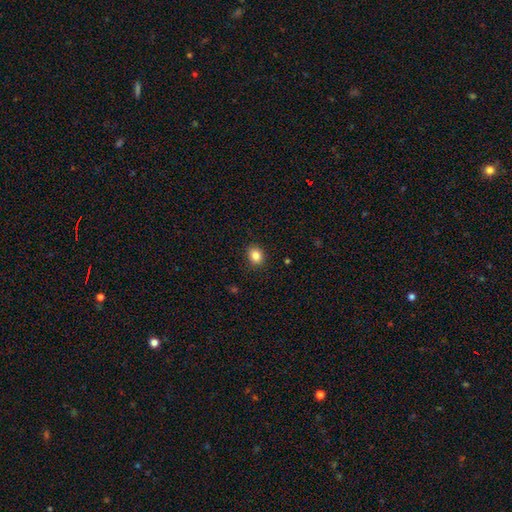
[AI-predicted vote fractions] Overall: smooth (85%). How rounded: round (52%; in between 47%). Merging: none (89%).